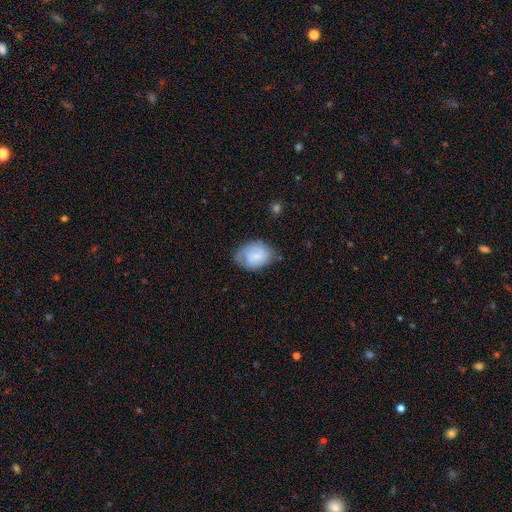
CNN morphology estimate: This appears to be a smooth galaxy with no disk features (60%) that is in between round and cigar-shaped (76%). Merging: none (60%).